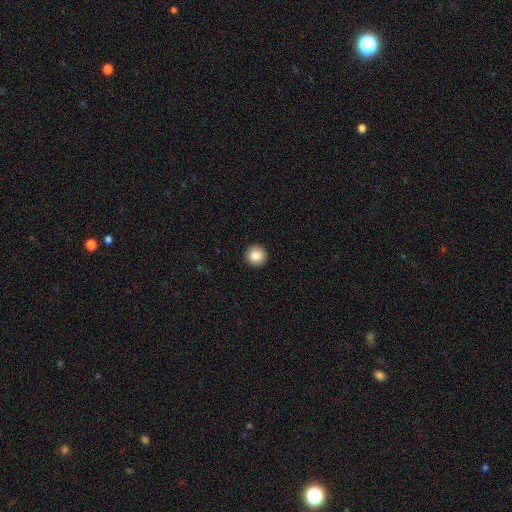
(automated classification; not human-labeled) Smooth or featured?
  - smooth: 86% *
  - star or artifact: 8%
  - featured or disk: 6%
How rounded?
  - round: 95% *
  - in between: 4%
  - cigar-shaped: 1%
Merging?
  - none: 93% *
  - minor disturbance: 5%
  - major disturbance: 2%
  - merger: 1%